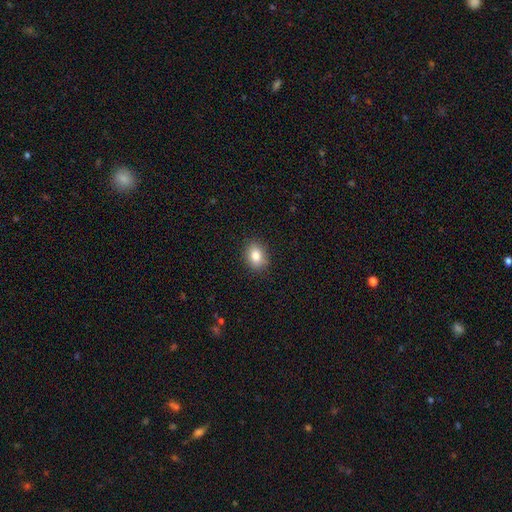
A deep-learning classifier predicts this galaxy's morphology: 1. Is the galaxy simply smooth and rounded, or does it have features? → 84% smooth, 9% star or artifact, 6% featured or disk.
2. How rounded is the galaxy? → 65% in between, 34% round, 1% cigar-shaped.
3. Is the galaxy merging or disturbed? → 88% none, 9% minor disturbance, 2% major disturbance, 1% merger.